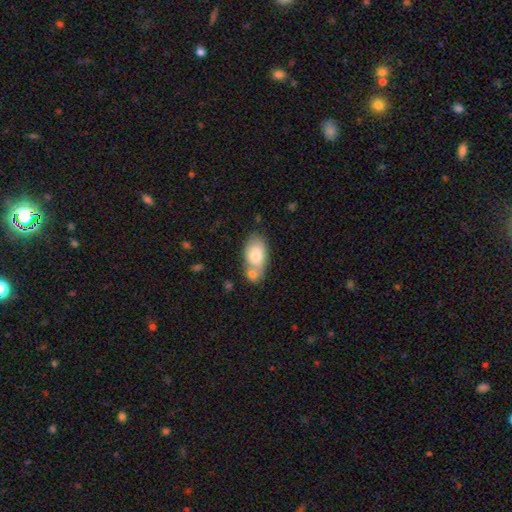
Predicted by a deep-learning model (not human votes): Overall: smooth (75%). How rounded: in between (91%). Merging: merger (41%; none 38%).